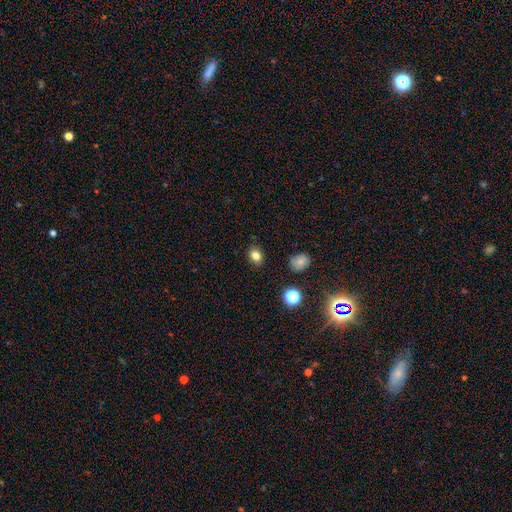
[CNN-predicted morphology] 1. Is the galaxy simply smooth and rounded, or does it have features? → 81% smooth, 13% star or artifact, 7% featured or disk.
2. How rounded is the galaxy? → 53% in between, 46% round, 1% cigar-shaped.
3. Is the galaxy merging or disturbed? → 86% none, 10% minor disturbance, 3% major disturbance, 2% merger.